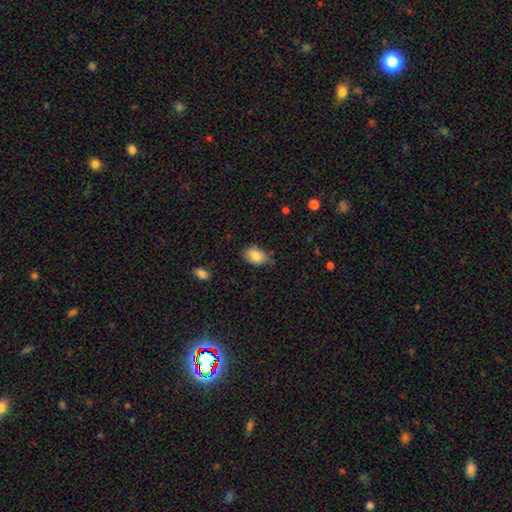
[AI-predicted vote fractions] smooth_or_featured: smooth (p=0.84) [alt: featured or disk p=0.08]
how_rounded: in between (p=0.86) [alt: round p=0.13]
merging: none (p=0.65) [alt: minor disturbance p=0.28]